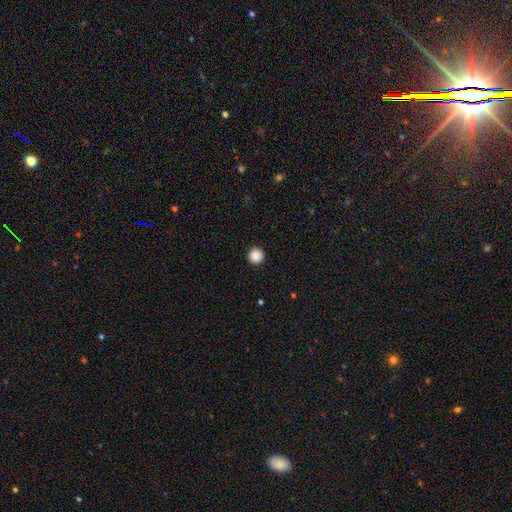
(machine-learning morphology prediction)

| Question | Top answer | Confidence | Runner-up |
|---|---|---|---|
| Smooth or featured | smooth | 88% | star or artifact (10%) |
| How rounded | round | 97% | in between (3%) |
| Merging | none | 93% | minor disturbance (4%) |